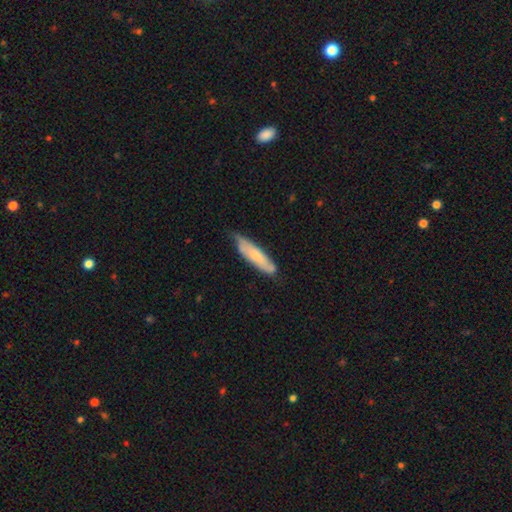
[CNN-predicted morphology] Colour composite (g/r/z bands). It shows a smooth galaxy with no disk features (63%) that is cigar-shaped (75%). Merging: none (65%).